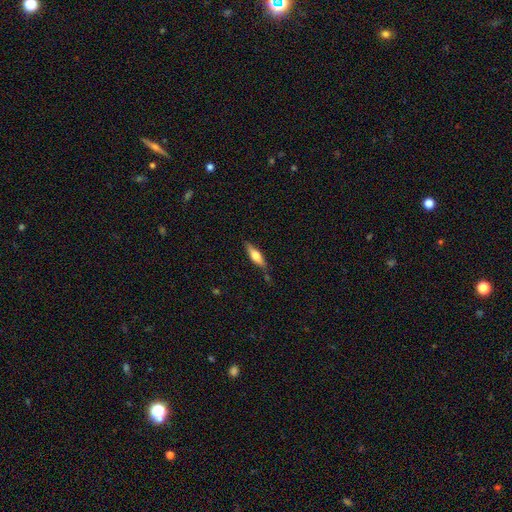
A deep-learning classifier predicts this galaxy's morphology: smooth 54%, featured or disk 40%, star or artifact 6%. Down the decision tree: how rounded — cigar-shaped (61%); merging — none (80%).